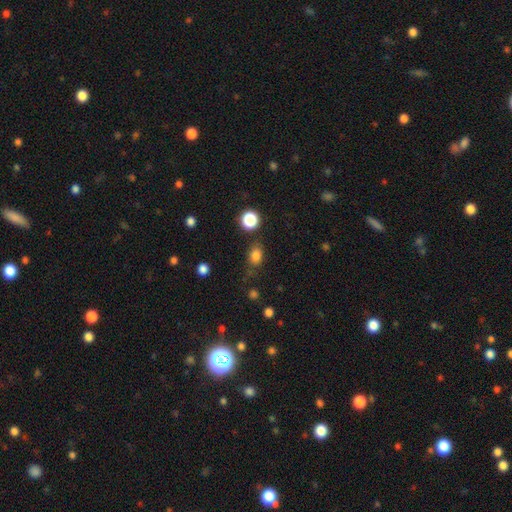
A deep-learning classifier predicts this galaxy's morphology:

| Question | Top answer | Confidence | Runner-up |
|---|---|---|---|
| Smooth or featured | smooth | 81% | star or artifact (13%) |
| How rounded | in between | 61% | round (37%) |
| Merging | none | 72% | minor disturbance (18%) |